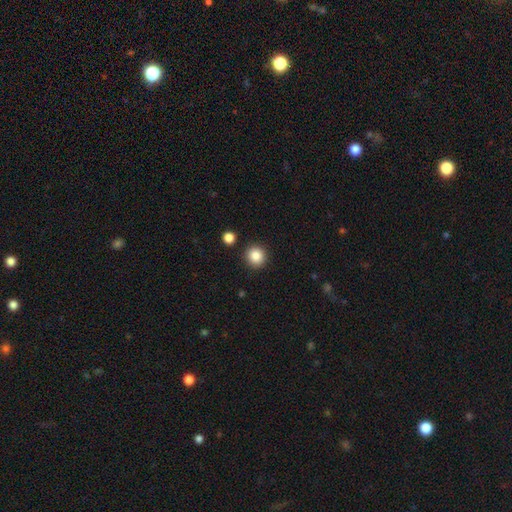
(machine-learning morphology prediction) Overall: smooth (86%). How rounded: round (93%). Merging: none (90%).